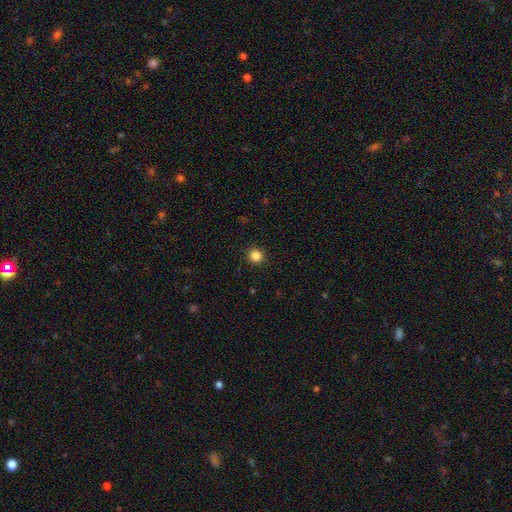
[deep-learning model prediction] Smooth or featured: smooth — 85% (star or artifact — 12%)
How rounded: round — 93% (in between — 6%)
Merging: none — 92% (minor disturbance — 5%)